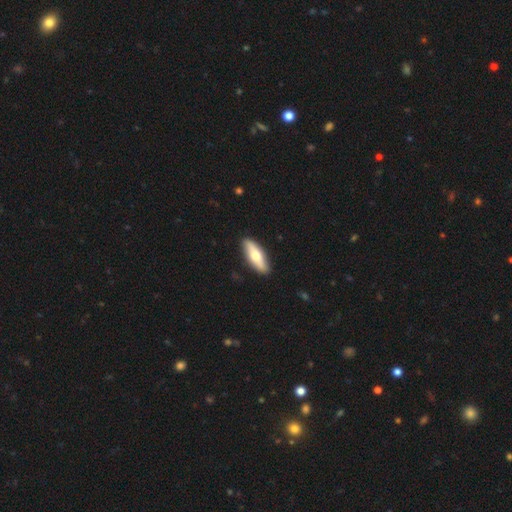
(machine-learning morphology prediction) The model was most divided on "how rounded": in between: 56%, cigar-shaped: 41%, round: 2%. More confident: merging — none (90%); smooth or featured — smooth (60%).